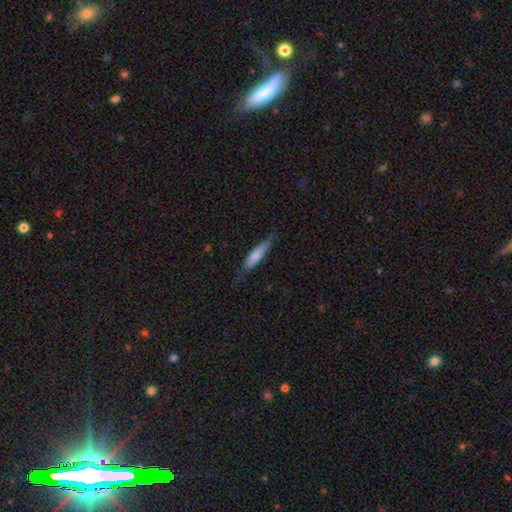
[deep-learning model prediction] The model was most divided on "merging": none: 66%, minor disturbance: 26%, major disturbance: 6%, merger: 2%. More confident: how rounded — cigar-shaped (76%); smooth or featured — smooth (74%).